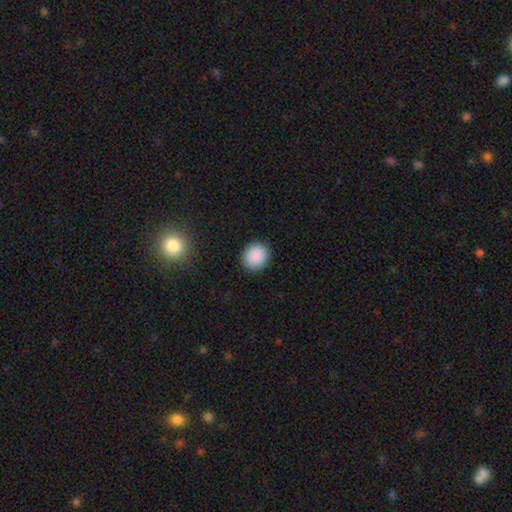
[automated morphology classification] Overall: smooth (89%). How rounded: round (75%). Merging: none (90%).